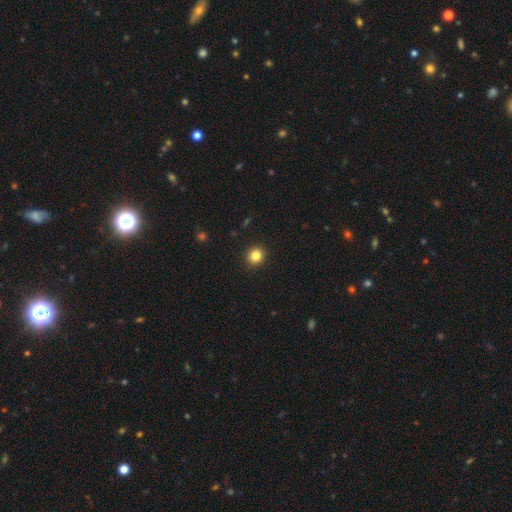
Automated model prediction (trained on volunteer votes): smooth-or-featured: smooth: 84% | star or artifact: 11% | featured or disk: 5%
  how-rounded: round: 87% | in between: 12% | cigar-shaped: 1%
  merging: none: 92% | minor disturbance: 5% | major disturbance: 2% | merger: 1%